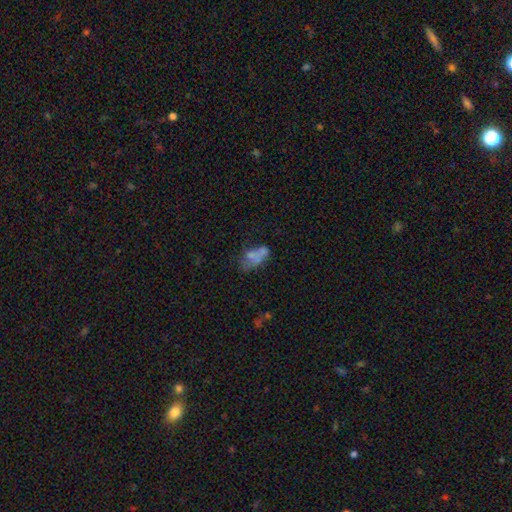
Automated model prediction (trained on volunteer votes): The model was most divided on "merging": merger: 35%, none: 27%, major disturbance: 20%, minor disturbance: 19%. More confident: how rounded — in between (87%); smooth or featured — smooth (57%).